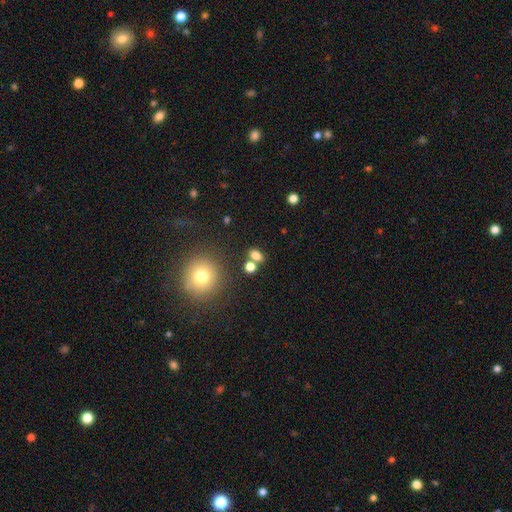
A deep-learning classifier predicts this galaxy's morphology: This is likely a smooth galaxy (76%). How rounded: likely in between (67%). Merging: likely none (64%).